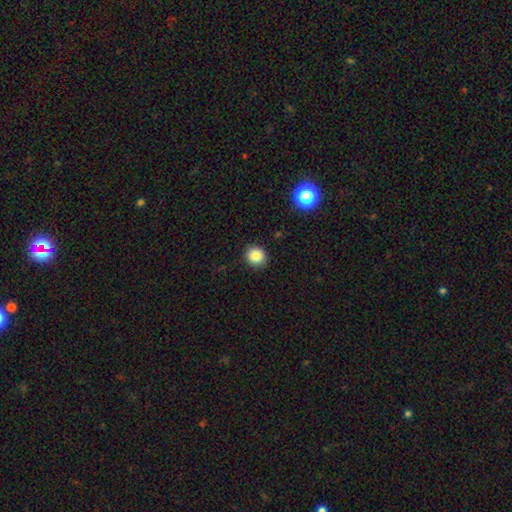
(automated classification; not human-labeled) smooth_or_featured: smooth (p=0.85) [alt: star or artifact p=0.11]
how_rounded: round (p=0.84) [alt: in between p=0.15]
merging: none (p=0.90) [alt: minor disturbance p=0.07]